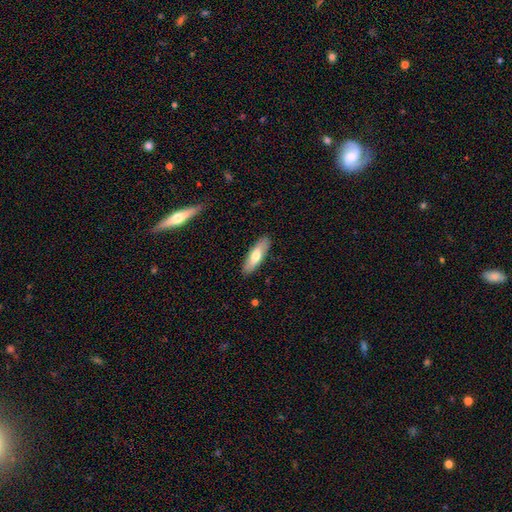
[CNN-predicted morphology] Overall: smooth (67%; featured or disk 27%). How rounded: in between (53%; cigar-shaped 45%). Merging: none (88%).